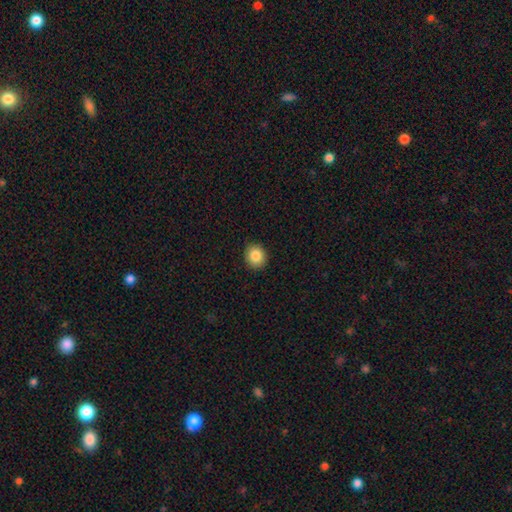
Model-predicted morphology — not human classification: smooth 85%, star or artifact 9%, featured or disk 6%. Down the decision tree: how rounded — round (81%); merging — none (91%).